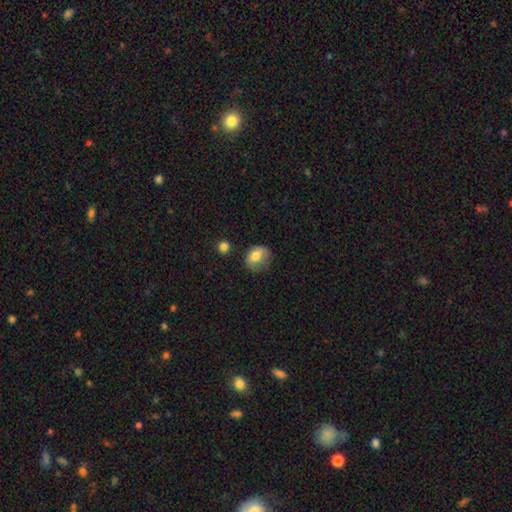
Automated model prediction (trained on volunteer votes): Smooth or featured: smooth — 76% (featured or disk — 15%)
How rounded: round — 52% (in between — 46%)
Merging: none — 55% (minor disturbance — 30%)